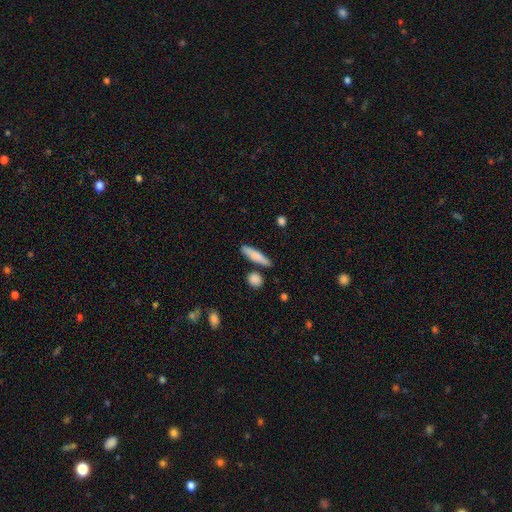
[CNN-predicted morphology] Overall: smooth (79%). How rounded: cigar-shaped (79%). Merging: none (77%).